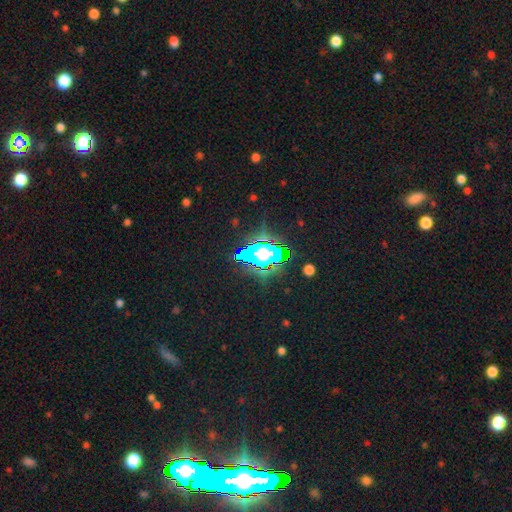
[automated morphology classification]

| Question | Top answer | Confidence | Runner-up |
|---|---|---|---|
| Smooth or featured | star or artifact | 81% | smooth (11%) |